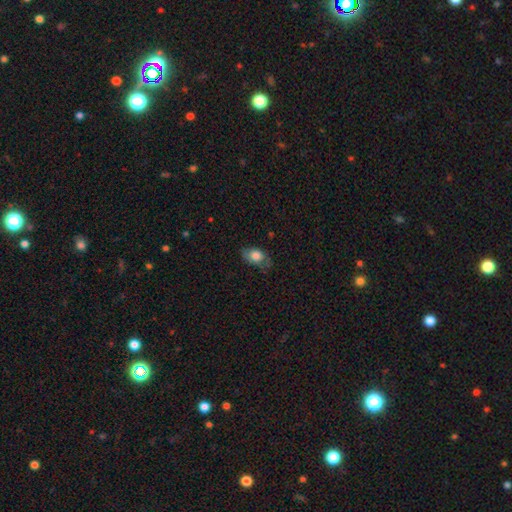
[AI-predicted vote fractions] A smooth galaxy with no disk features (73%) that is in between round and cigar-shaped (82%). Merging: none (63%).